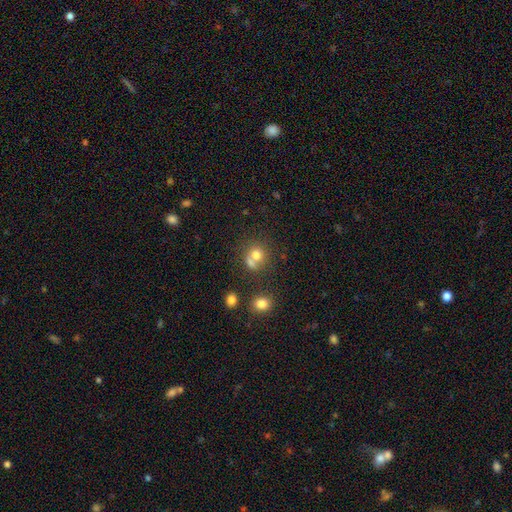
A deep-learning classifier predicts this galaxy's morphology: Overall: smooth (72%). How rounded: round (82%). Merging: none (46%; merger 41%).